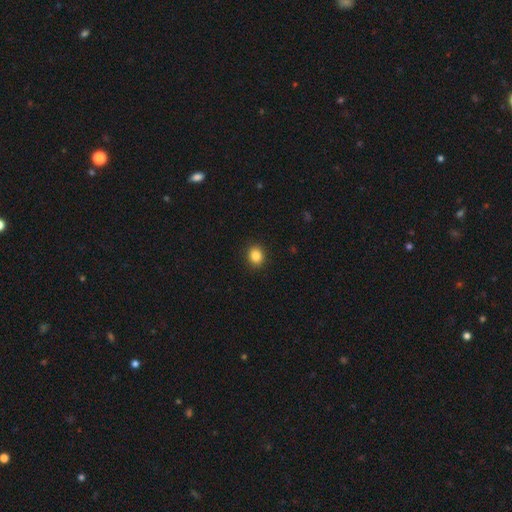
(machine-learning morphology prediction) The model was most divided on "how rounded": round: 71%, in between: 28%, cigar-shaped: 1%. More confident: merging — none (91%); smooth or featured — smooth (86%).